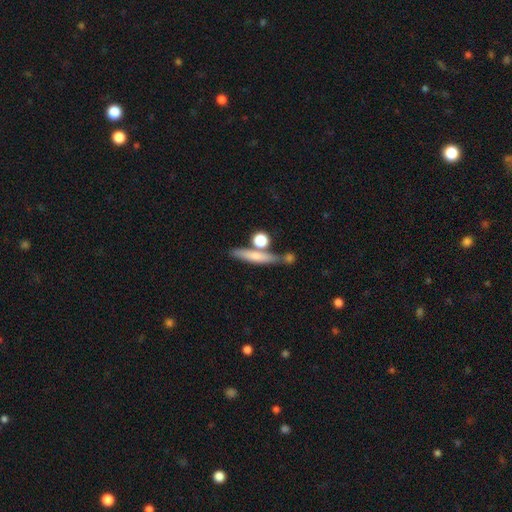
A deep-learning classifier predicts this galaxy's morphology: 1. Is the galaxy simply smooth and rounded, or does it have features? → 62% smooth, 30% featured or disk, 8% star or artifact.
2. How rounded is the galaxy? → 77% cigar-shaped, 13% in between, 10% round.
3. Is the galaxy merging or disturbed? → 65% none, 17% merger, 13% minor disturbance, 5% major disturbance.